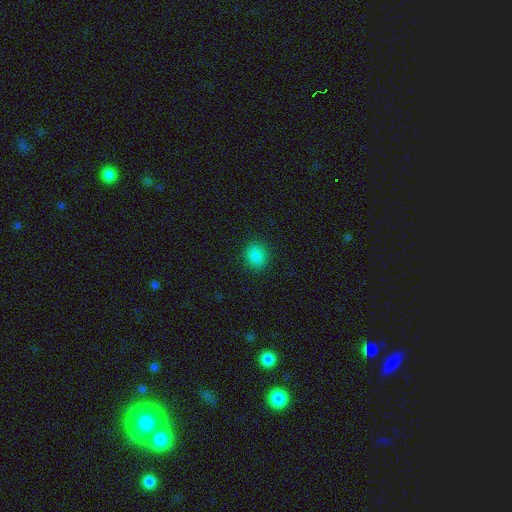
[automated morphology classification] A smooth galaxy with no disk features (85%) that is round (69%).

Vote fractions:
- Smooth or featured? smooth: 85% / star or artifact: 12% / featured or disk: 3%
- How rounded? round: 69% / in between: 30% / cigar-shaped: 1%
- Merging? none: 89% / minor disturbance: 8% / major disturbance: 2% / merger: 1%